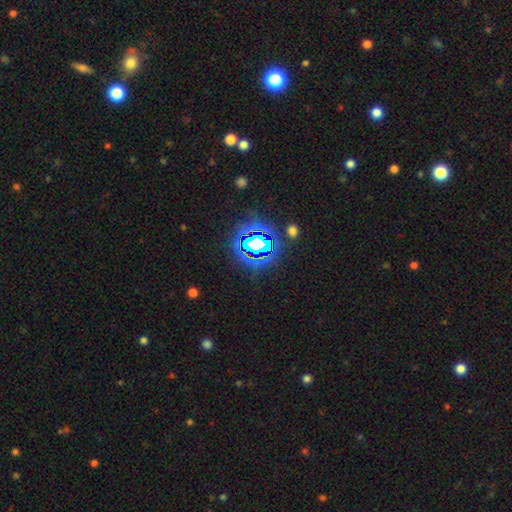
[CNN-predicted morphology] smooth_or_featured: star or artifact (p=0.83) [alt: smooth p=0.11]